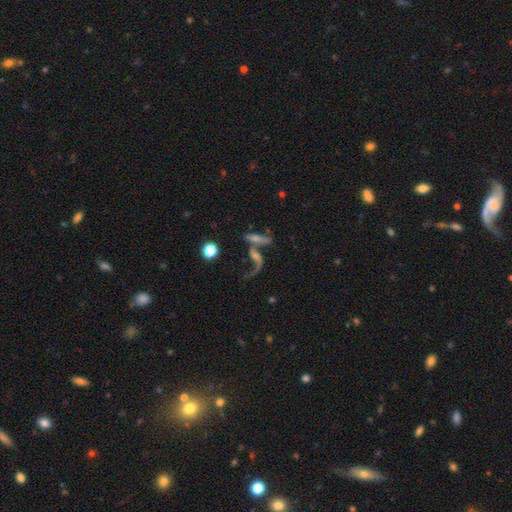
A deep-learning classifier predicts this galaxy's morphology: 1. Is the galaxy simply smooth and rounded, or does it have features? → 59% featured or disk, 23% smooth, 18% star or artifact.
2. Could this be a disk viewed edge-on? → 73% no, 27% yes.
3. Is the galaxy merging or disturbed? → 41% merger, 30% none, 19% major disturbance, 10% minor disturbance.